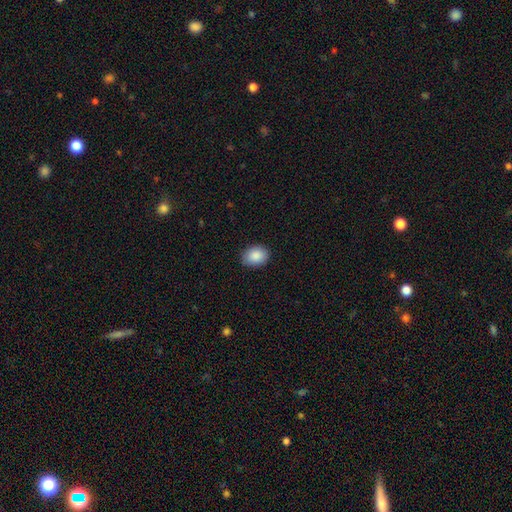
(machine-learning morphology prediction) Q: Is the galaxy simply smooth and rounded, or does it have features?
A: smooth — 89%.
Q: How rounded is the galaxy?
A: in between — 63%.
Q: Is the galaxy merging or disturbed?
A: none — 86%.